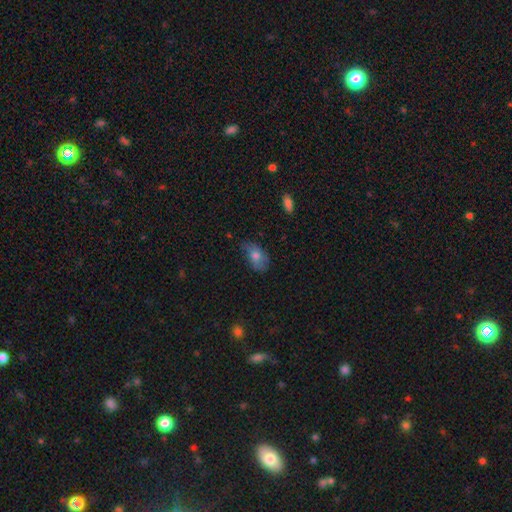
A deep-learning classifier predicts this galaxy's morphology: This appears to be a smooth galaxy with no disk features (69%) that is in between round and cigar-shaped (85%). Merging: none (45%).